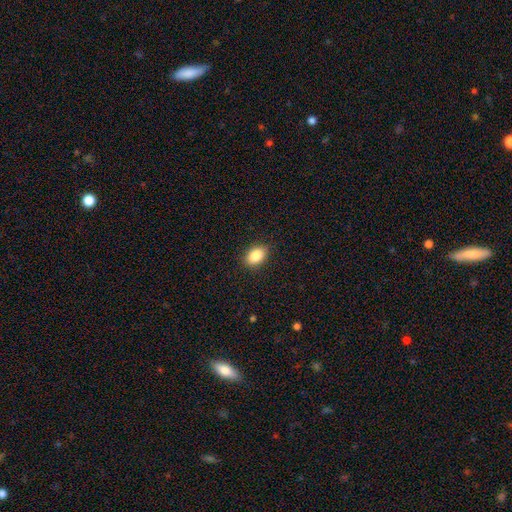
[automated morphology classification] The model was most divided on "how rounded": in between: 83%, round: 15%, cigar-shaped: 1%. More confident: smooth or featured — smooth (88%); merging — none (87%).